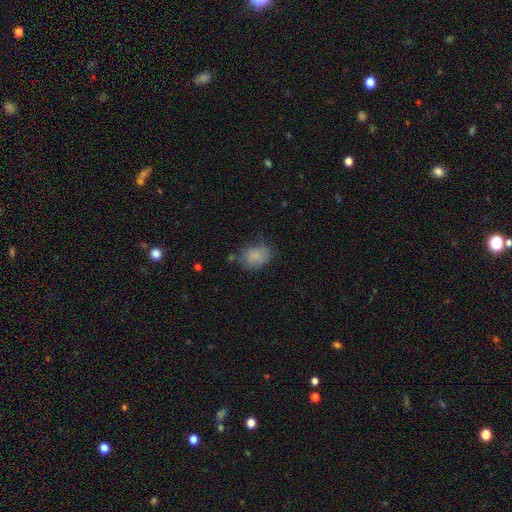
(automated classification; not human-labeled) Smooth or featured? smooth (83%)
How rounded? in between (69%)
Merging? none (63%)